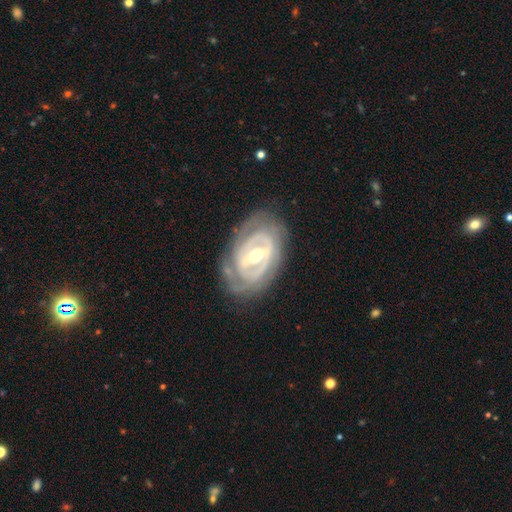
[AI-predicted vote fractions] The model was most divided on "spiral arm count": 2: 46%, can't tell: 33%, 3: 10%, 1: 5%, 4: 3%, more than 4: 3%. Remaining: edge-on disk — no (95%); smooth or featured — featured or disk (85%); spiral arms — yes (75%); merging — none (74%); spiral winding — tight (68%); bulge size — moderate (67%); bar — strong (48%).